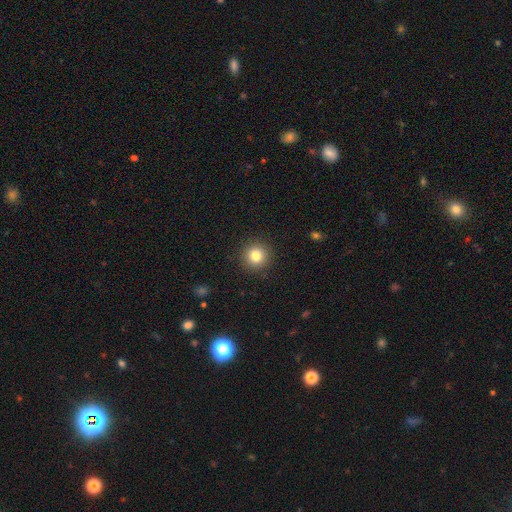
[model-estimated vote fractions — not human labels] Q: Smooth or featured?
A: smooth (82%); runner-up: star or artifact (11%)
Q: How rounded?
A: round (95%); runner-up: in between (4%)
Q: Merging?
A: none (91%); runner-up: minor disturbance (6%)